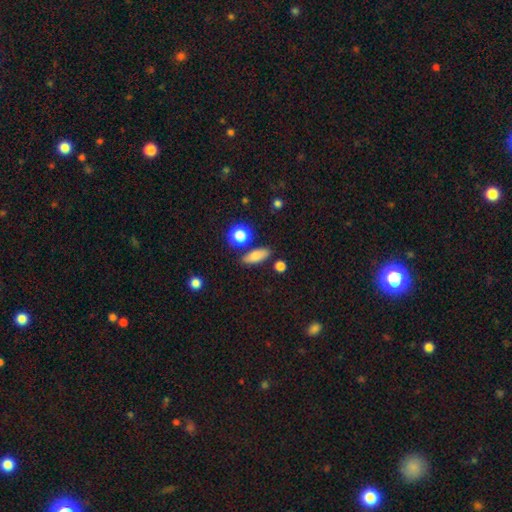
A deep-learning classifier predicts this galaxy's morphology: Overall: smooth (77%). How rounded: in between (65%; cigar-shaped 25%). Merging: none (81%).